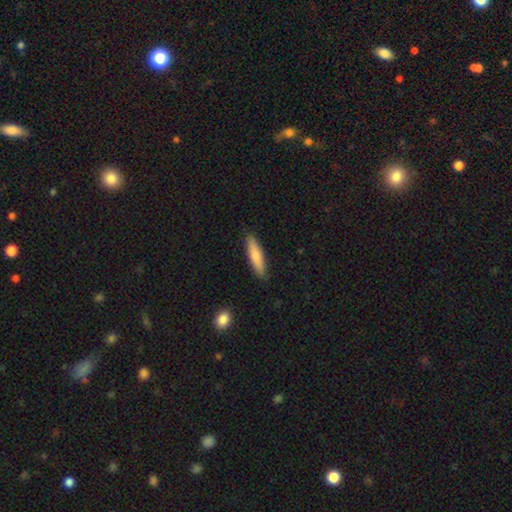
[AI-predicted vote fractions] Overall: smooth (76%). How rounded: cigar-shaped (76%). Merging: none (89%).